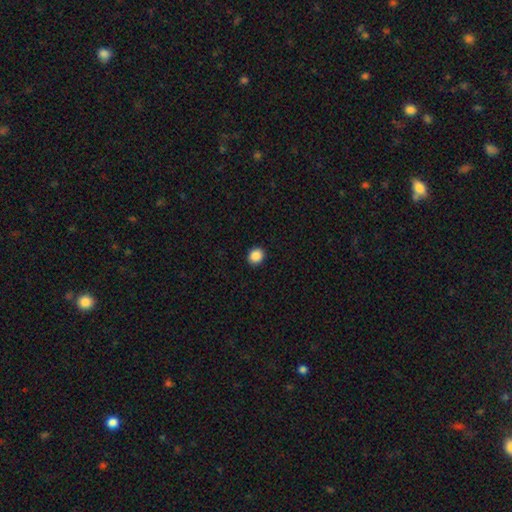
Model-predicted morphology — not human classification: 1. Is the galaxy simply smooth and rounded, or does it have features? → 88% smooth, 9% star or artifact, 3% featured or disk.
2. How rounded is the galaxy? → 74% round, 25% in between, 1% cigar-shaped.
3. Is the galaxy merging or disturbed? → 92% none, 5% minor disturbance, 2% major disturbance, 1% merger.